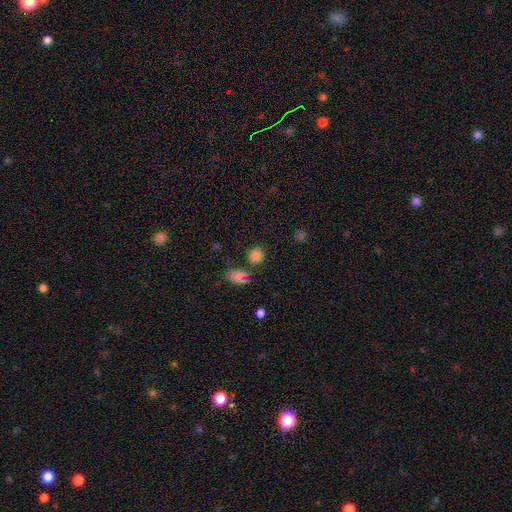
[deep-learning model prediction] The model was most divided on "how rounded": round: 81%, in between: 18%, cigar-shaped: 1%. More confident: smooth or featured — smooth (81%); merging — none (78%).